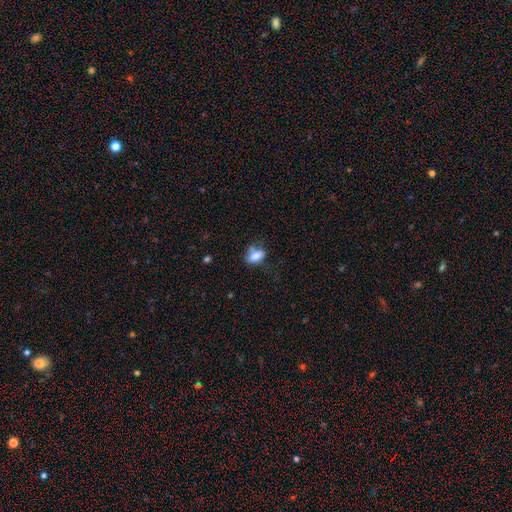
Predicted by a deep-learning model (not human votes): smooth_or_featured: smooth (p=0.77) [alt: featured or disk p=0.14]
how_rounded: in between (p=0.81) [alt: round p=0.16]
merging: none (p=0.51) [alt: minor disturbance p=0.29]